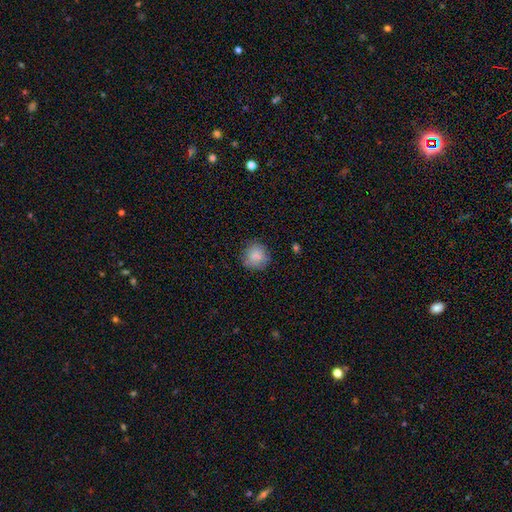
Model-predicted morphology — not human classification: This is clearly a smooth galaxy (85%). How rounded: clearly round (90%). Merging: clearly none (80%).